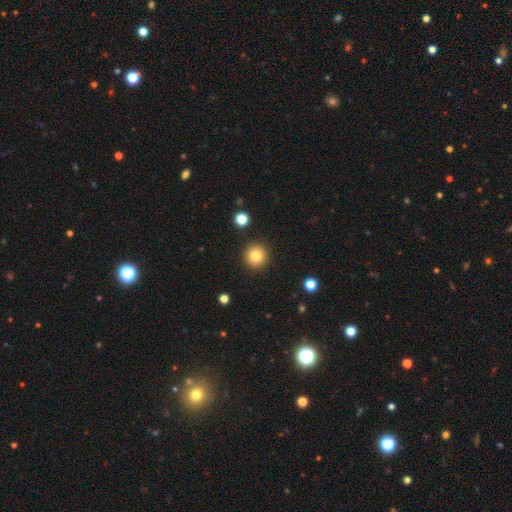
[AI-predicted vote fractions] A smooth galaxy with no disk features (83%) that is round (95%).

Vote fractions:
- Smooth or featured? smooth: 83% / star or artifact: 10% / featured or disk: 6%
- How rounded? round: 95% / in between: 4% / cigar-shaped: 1%
- Merging? none: 91% / minor disturbance: 5% / major disturbance: 2% / merger: 2%